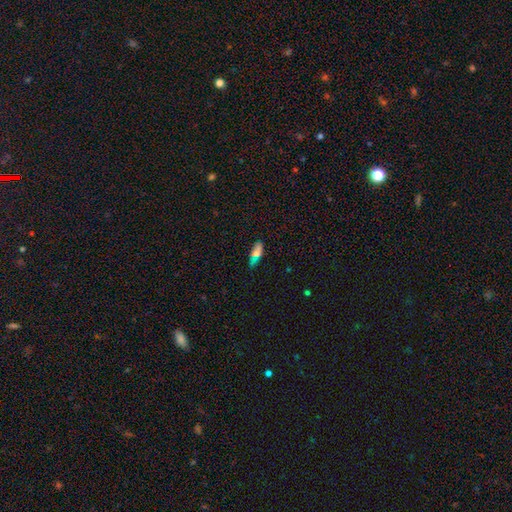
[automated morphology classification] Smooth or featured: smooth — 64% (featured or disk — 23%)
How rounded: in between — 59% (cigar-shaped — 37%)
Merging: none — 71% (minor disturbance — 20%)